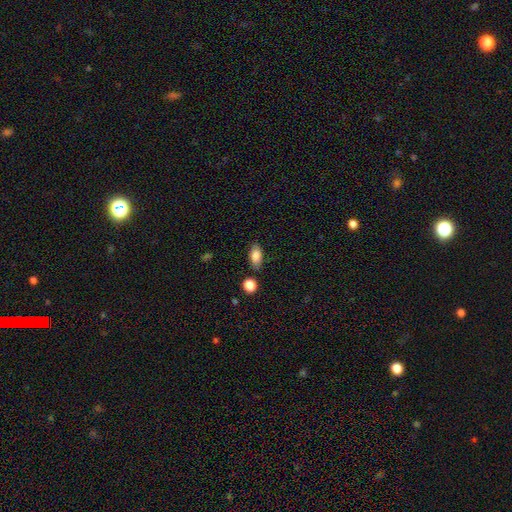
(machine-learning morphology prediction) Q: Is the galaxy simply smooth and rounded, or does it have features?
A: smooth — 84%.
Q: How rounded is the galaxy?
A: in between — 88%.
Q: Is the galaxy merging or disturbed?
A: none — 81%.